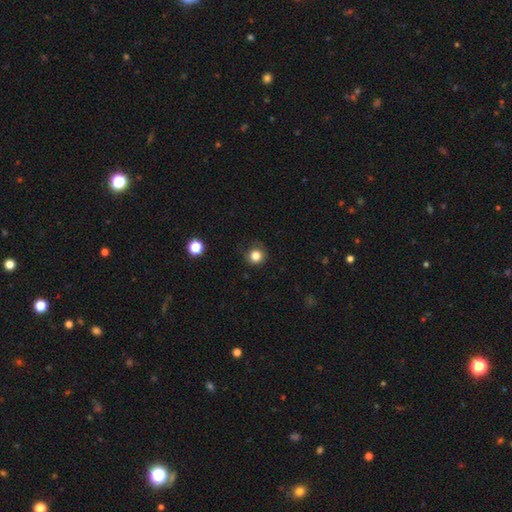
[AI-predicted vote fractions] Smooth or featured: smooth — 83% (star or artifact — 12%)
How rounded: round — 92% (in between — 7%)
Merging: none — 84% (minor disturbance — 12%)